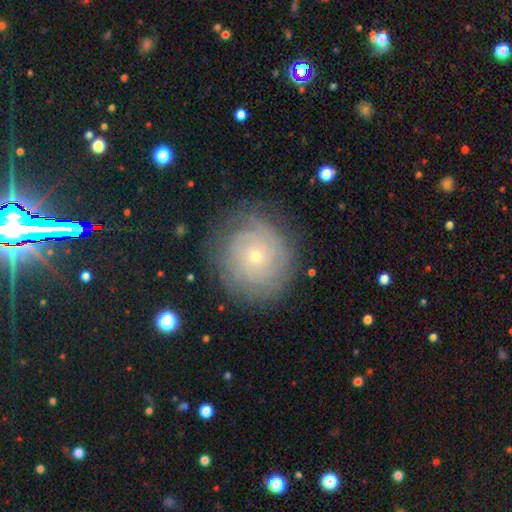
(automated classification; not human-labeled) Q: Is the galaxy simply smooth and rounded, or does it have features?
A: featured or disk — 64%.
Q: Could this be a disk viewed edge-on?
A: no — 97%.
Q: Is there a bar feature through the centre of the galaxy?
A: no — 85%.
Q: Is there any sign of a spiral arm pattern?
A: yes — 85%.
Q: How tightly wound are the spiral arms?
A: tight — 78%.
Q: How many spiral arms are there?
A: can't tell — 52%.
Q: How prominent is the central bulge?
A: small — 80%.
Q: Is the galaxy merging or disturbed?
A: none — 79%.